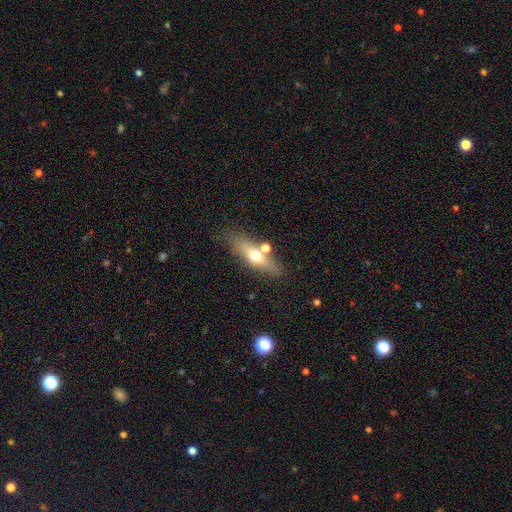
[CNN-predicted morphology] Smooth or featured?
  - smooth: 52% *
  - featured or disk: 40%
  - star or artifact: 8%
How rounded?
  - cigar-shaped: 48% *
  - in between: 47%
  - round: 6%
Merging?
  - none: 67% *
  - merger: 15%
  - minor disturbance: 14%
  - major disturbance: 5%